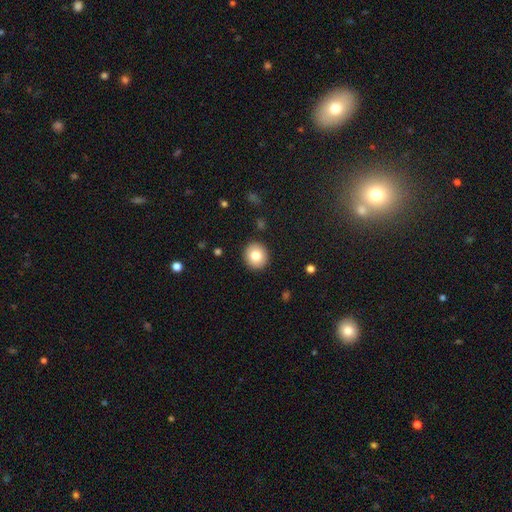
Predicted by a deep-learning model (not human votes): Smooth or featured: smooth — 81% (featured or disk — 11%)
How rounded: round — 89% (in between — 10%)
Merging: none — 91% (minor disturbance — 6%)